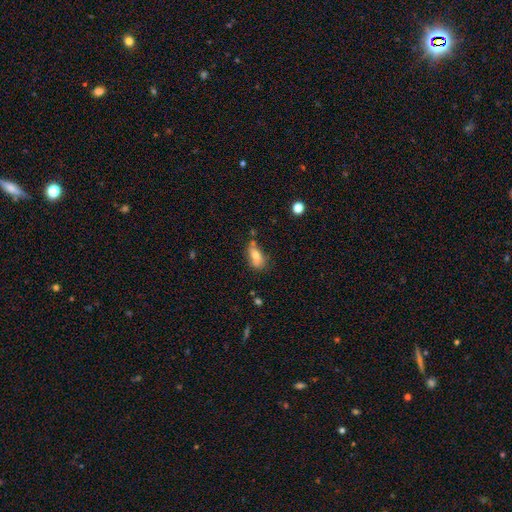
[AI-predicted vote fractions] smooth 68%, featured or disk 23%, star or artifact 9%. Down the decision tree: how rounded — in between (81%); merging — none (54%).